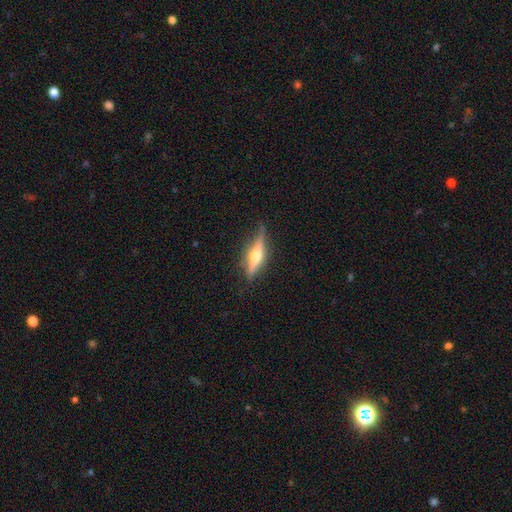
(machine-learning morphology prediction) A featured or disk galaxy (68%) viewed edge-on (95%) with a rounded central bulge (89%). Merging: none (82%).